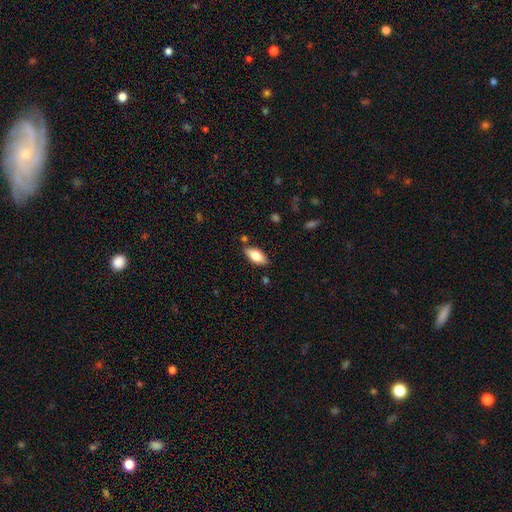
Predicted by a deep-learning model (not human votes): Smooth or featured? smooth (77%)
How rounded? in between (88%)
Merging? none (81%)